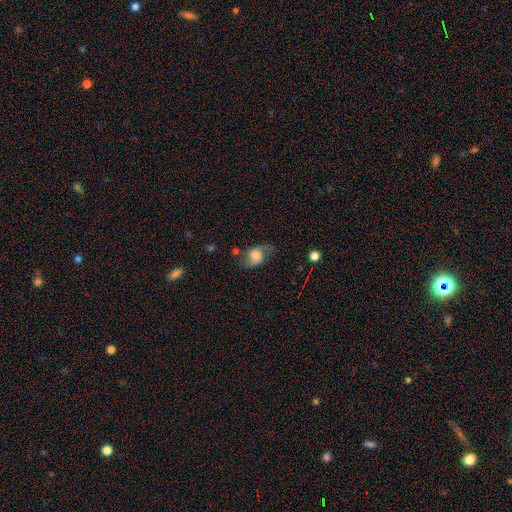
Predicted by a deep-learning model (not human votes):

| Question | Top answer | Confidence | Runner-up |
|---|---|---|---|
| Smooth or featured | smooth | 56% | featured or disk (34%) |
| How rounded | in between | 66% | round (32%) |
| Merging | none | 51% | minor disturbance (28%) |